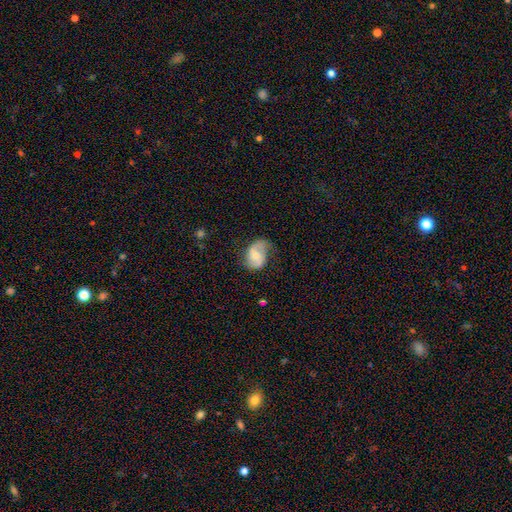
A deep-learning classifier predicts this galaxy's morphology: This appears to be a featured or disk galaxy (61%) with no bar (50%), 2 (82%) loose (45%) spiral arms (90%) and a moderate central bulge (48%). Merging: none (56%).